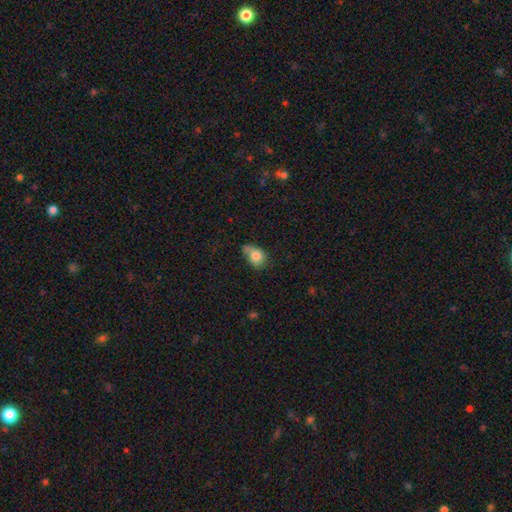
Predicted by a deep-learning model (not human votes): The model was most divided on "merging": minor disturbance: 35%, none: 33%, merger: 18%, major disturbance: 14%. More confident: smooth or featured — smooth (79%); how rounded — in between (57%).